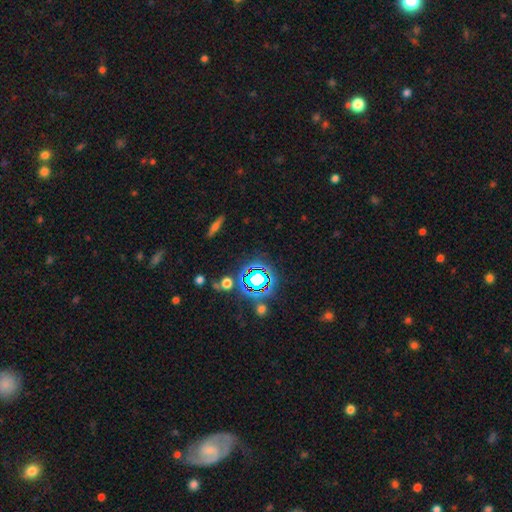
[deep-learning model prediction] Q: Smooth or featured?
A: star or artifact (74%); runner-up: smooth (15%)